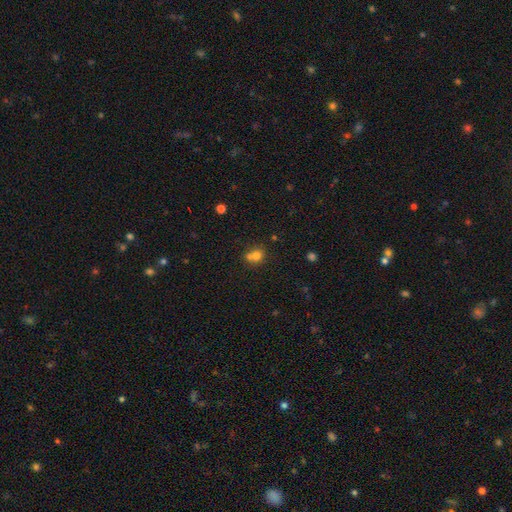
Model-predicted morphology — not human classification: Smooth or featured: smooth — 73% (star or artifact — 15%)
How rounded: round — 76% (in between — 23%)
Merging: none — 44% (merger — 42%)